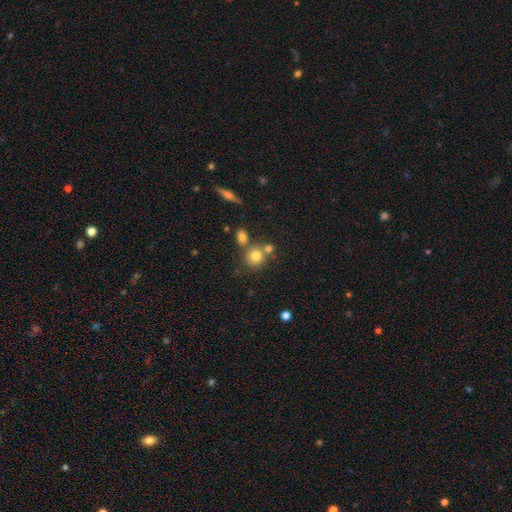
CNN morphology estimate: smooth-or-featured: smooth: 75% | star or artifact: 12% | featured or disk: 12%
  how-rounded: round: 84% | in between: 15% | cigar-shaped: 1%
  merging: none: 62% | merger: 23% | minor disturbance: 11% | major disturbance: 4%